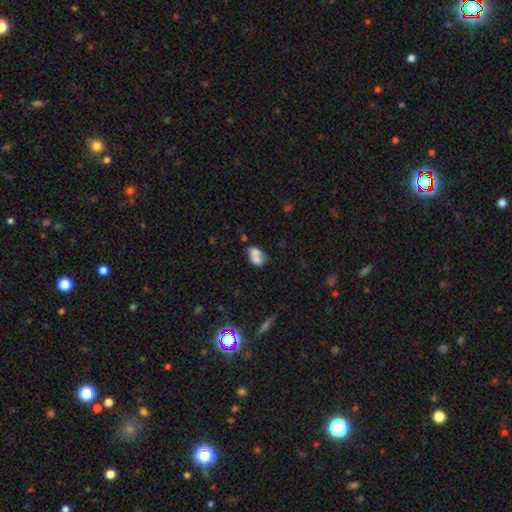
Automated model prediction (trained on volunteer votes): A smooth galaxy with no disk features (65%) that is in between round and cigar-shaped (70%). Merging: merger (58%).